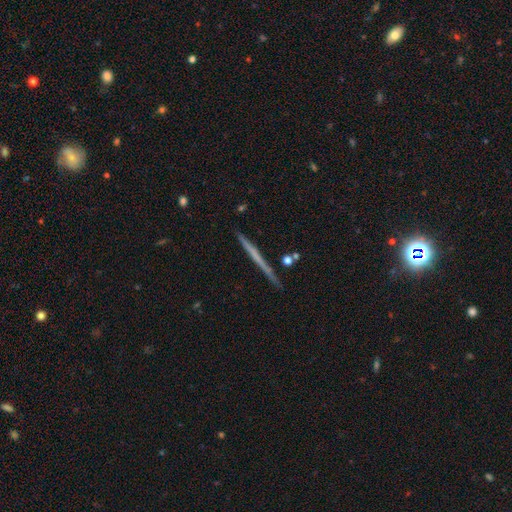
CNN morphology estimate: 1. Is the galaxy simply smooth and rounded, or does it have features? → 57% featured or disk, 38% smooth, 6% star or artifact.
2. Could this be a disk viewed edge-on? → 98% yes, 2% no.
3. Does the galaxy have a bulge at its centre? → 91% none, 6% rounded, 3% boxy.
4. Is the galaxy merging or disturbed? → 90% none, 7% minor disturbance, 2% merger, 1% major disturbance.